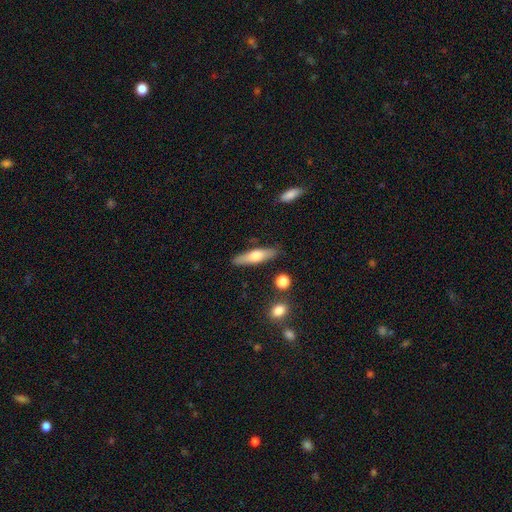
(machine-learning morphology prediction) Smooth or featured? Predicted: smooth (p=0.58). How rounded? Predicted: cigar-shaped (p=0.66). Merging? Predicted: none (p=0.86).